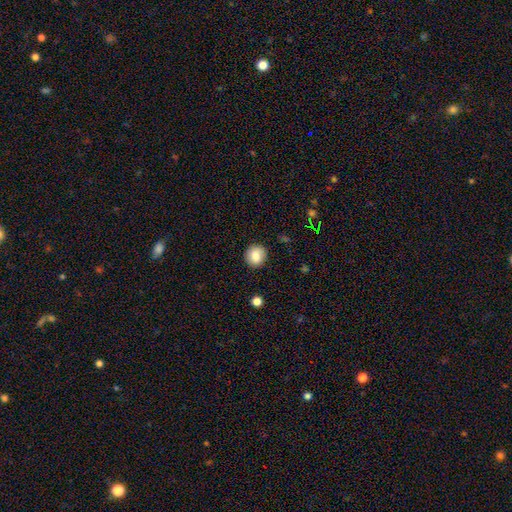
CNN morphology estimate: This appears to be a smooth galaxy with no disk features (83%) that is round (85%). Merging: none (89%).